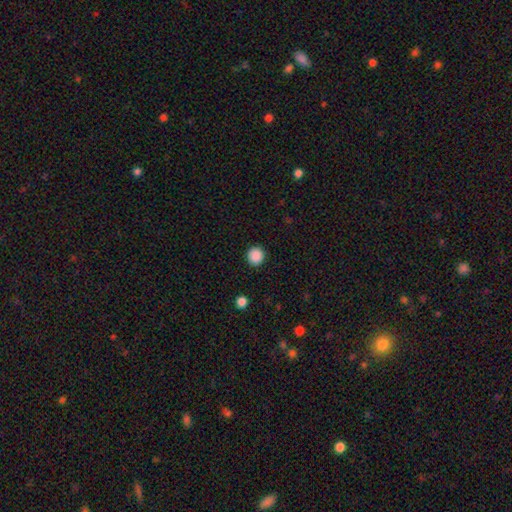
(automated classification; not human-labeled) smooth-or-featured: smooth: 88% | star or artifact: 9% | featured or disk: 2%
  how-rounded: round: 93% | in between: 6% | cigar-shaped: 1%
  merging: none: 92% | minor disturbance: 5% | major disturbance: 2% | merger: 1%